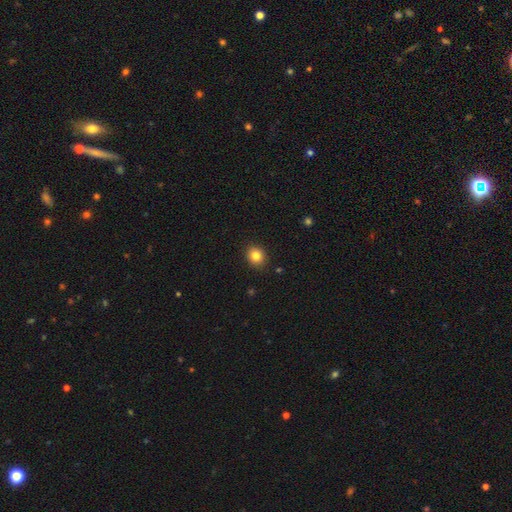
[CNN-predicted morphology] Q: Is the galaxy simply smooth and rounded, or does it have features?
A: smooth — 83%.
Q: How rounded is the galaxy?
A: round — 69%.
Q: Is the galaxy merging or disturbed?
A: none — 90%.